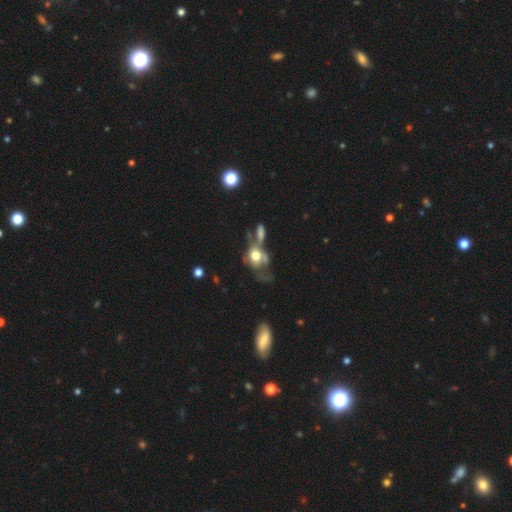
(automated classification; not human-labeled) A featured or disk galaxy (46%).

Vote fractions:
- Smooth or featured? featured or disk: 46% / smooth: 44% / star or artifact: 10%
- Merging? merger: 43% / major disturbance: 27% / none: 17% / minor disturbance: 12%